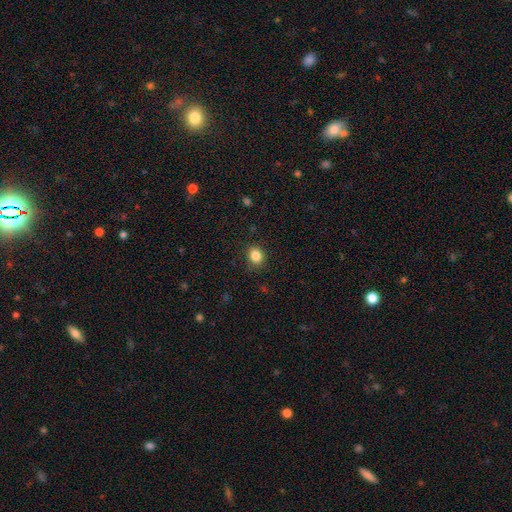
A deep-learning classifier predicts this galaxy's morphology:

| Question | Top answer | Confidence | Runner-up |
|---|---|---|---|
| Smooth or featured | smooth | 85% | star or artifact (11%) |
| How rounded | round | 67% | in between (32%) |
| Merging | none | 86% | minor disturbance (10%) |